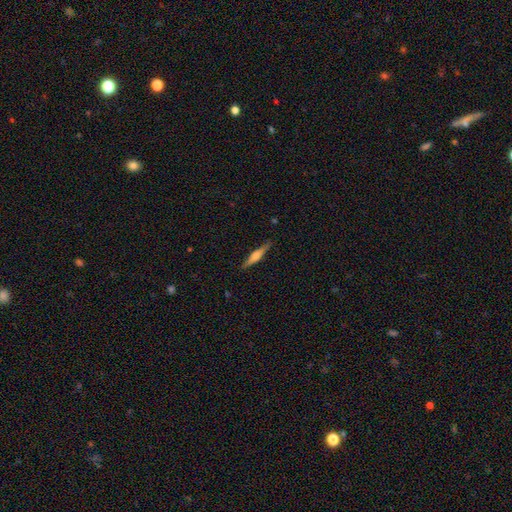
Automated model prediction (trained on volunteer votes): Q: Smooth or featured?
A: featured or disk (62%); runner-up: smooth (32%)
Q: Edge-on disk?
A: yes (98%); runner-up: no (2%)
Q: Edge-on bulge?
A: rounded (75%); runner-up: boxy (18%)
Q: Merging?
A: none (89%); runner-up: minor disturbance (8%)